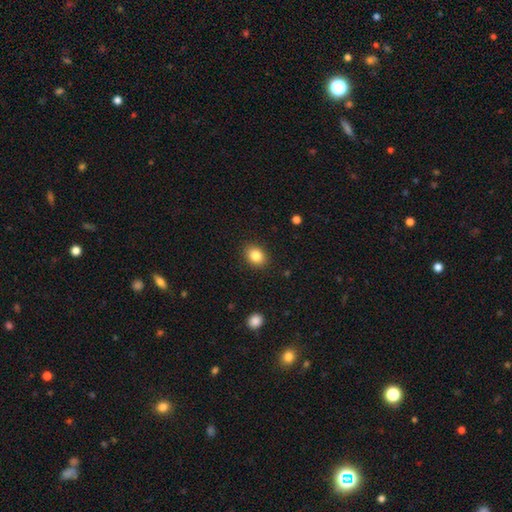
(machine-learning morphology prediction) smooth-or-featured: smooth: 84% | star or artifact: 10% | featured or disk: 6%
  how-rounded: in between: 52% | round: 48% | cigar-shaped: 1%
  merging: none: 89% | minor disturbance: 8% | major disturbance: 2% | merger: 1%